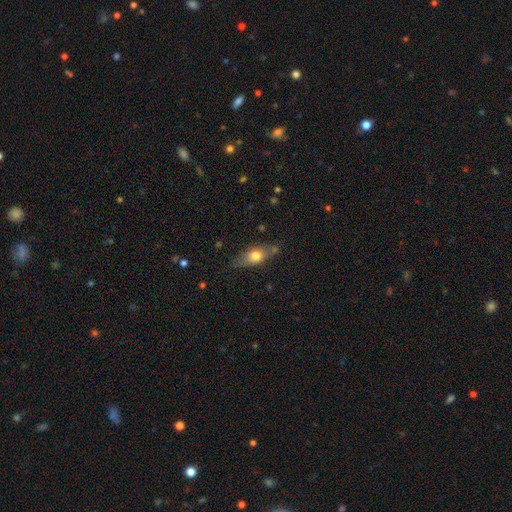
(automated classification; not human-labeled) Smooth or featured? Predicted: smooth (p=0.66). How rounded? Predicted: in between (p=0.70). Merging? Predicted: none (p=0.68).